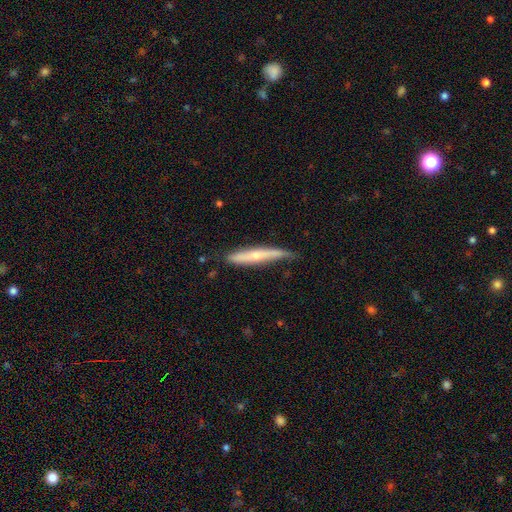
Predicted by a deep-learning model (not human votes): This appears to be a featured or disk galaxy (54%) viewed edge-on (87%). Merging: none (64%).